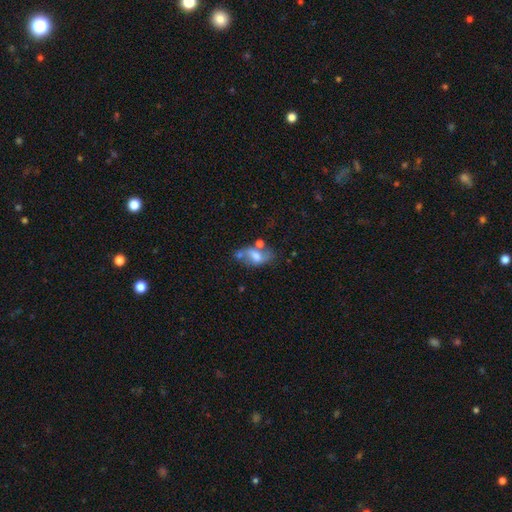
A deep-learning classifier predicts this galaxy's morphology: smooth_or_featured: featured or disk (p=0.45) [tied with: smooth p=0.45]
merging: none (p=0.41) [alt: merger p=0.23]